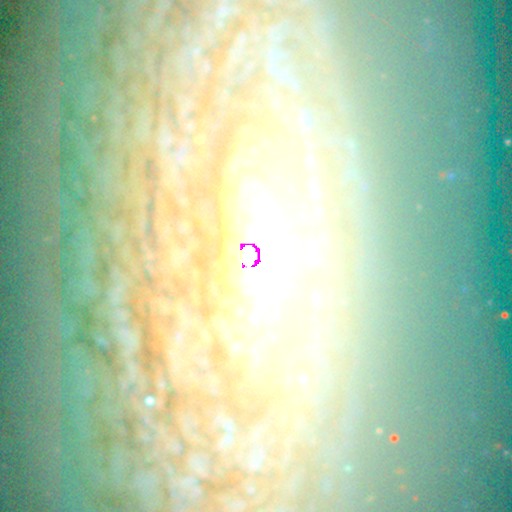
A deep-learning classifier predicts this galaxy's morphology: This is likely a featured or disk galaxy (72%). It is likely not viewed edge-on (78%). Bar: possibly no (53%). Spiral arm pattern: likely yes (76%). Central bulge: possibly moderate (49%). Merging: likely none (74%).